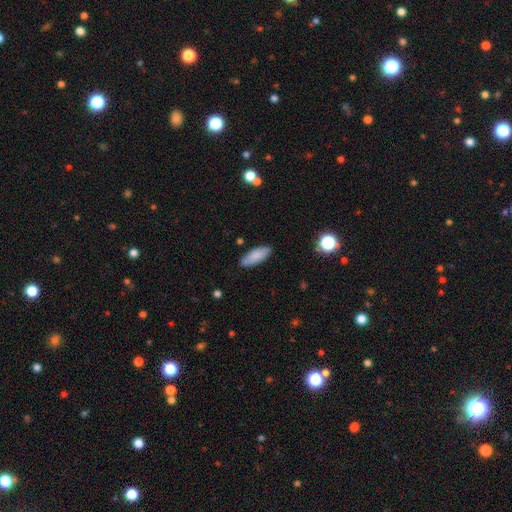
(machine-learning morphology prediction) Smooth or featured? smooth (84%)
How rounded? in between (73%)
Merging? none (84%)